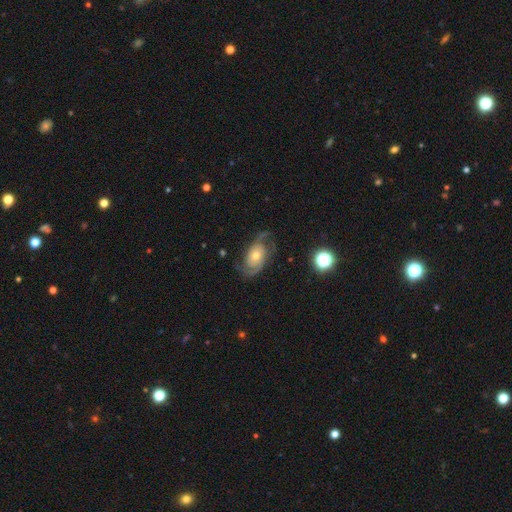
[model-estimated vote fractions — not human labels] featured or disk 81%, smooth 12%, star or artifact 7%. Down the decision tree: edge-on disk — no (96%); bar — no (74%); spiral arms — yes (94%); spiral arm count — 2 (84%); spiral winding — medium (44%); bulge size — moderate (56%); merging — none (68%).